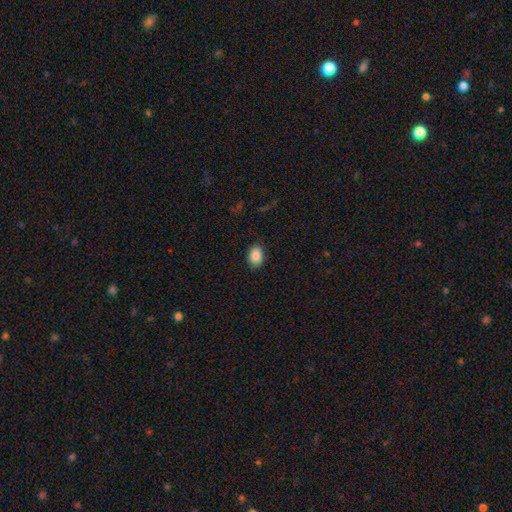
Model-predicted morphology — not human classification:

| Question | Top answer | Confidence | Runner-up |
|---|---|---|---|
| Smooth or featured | smooth | 88% | star or artifact (8%) |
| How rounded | in between | 79% | round (20%) |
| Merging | none | 86% | minor disturbance (10%) |